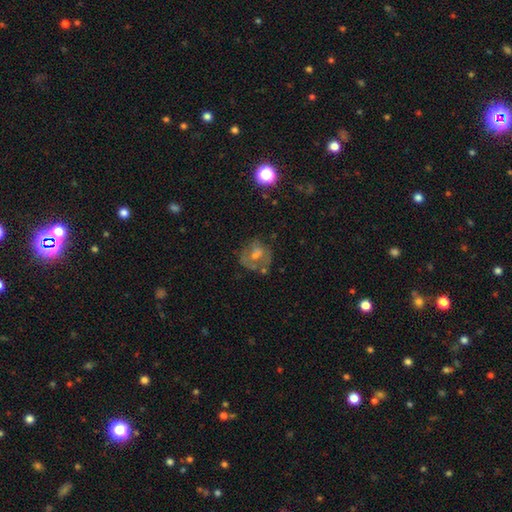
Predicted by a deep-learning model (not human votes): This is possibly a featured or disk galaxy (48%). Merging: possibly none (56%).